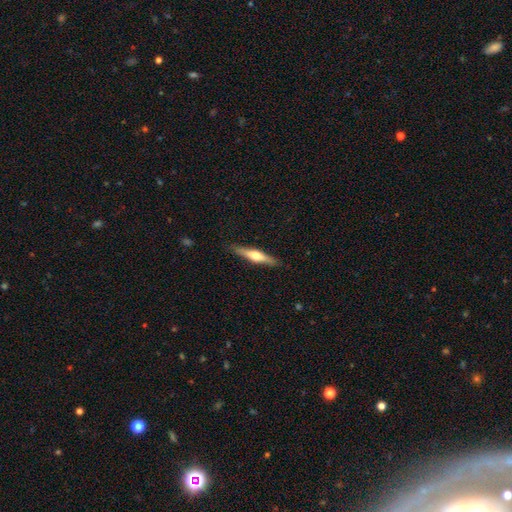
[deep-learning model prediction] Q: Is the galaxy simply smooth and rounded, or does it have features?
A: featured or disk — 58%.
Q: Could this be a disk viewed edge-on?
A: yes — 95%.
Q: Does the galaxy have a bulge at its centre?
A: rounded — 91%.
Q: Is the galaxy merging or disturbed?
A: none — 88%.